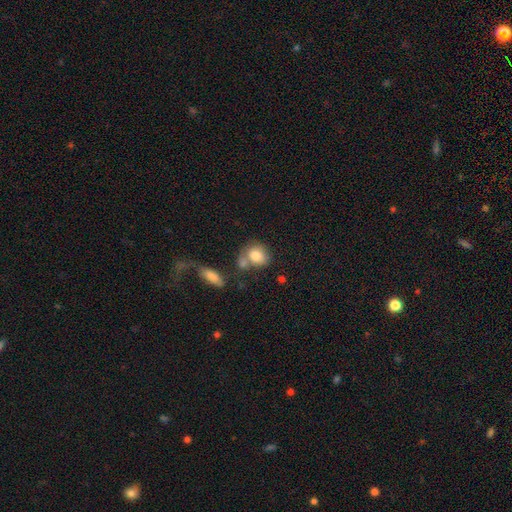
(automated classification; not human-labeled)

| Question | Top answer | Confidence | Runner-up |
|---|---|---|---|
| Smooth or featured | smooth | 81% | featured or disk (12%) |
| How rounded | round | 53% | in between (46%) |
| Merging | none | 41% | merger (36%) |